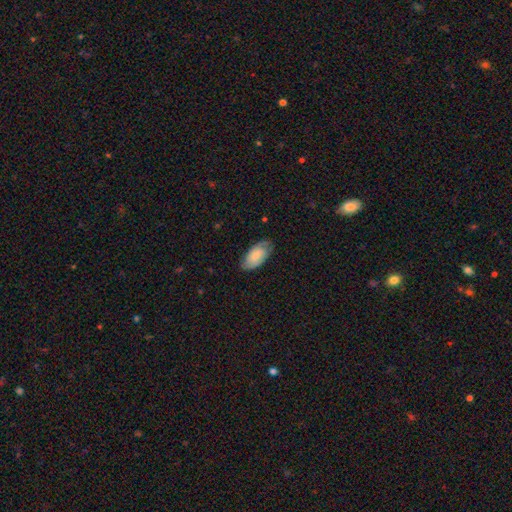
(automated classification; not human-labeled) Q: Smooth or featured?
A: smooth (66%); runner-up: featured or disk (27%)
Q: How rounded?
A: in between (94%); runner-up: cigar-shaped (4%)
Q: Merging?
A: none (74%); runner-up: minor disturbance (20%)